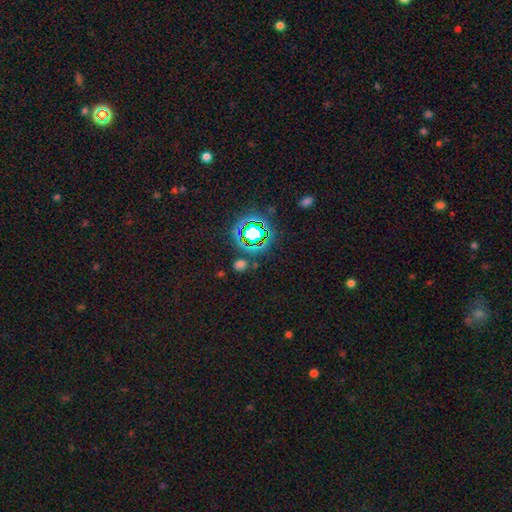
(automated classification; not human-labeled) A star or artifact, not a galaxy (79%).

Vote fractions:
- Smooth or featured? star or artifact: 79% / smooth: 14% / featured or disk: 7%